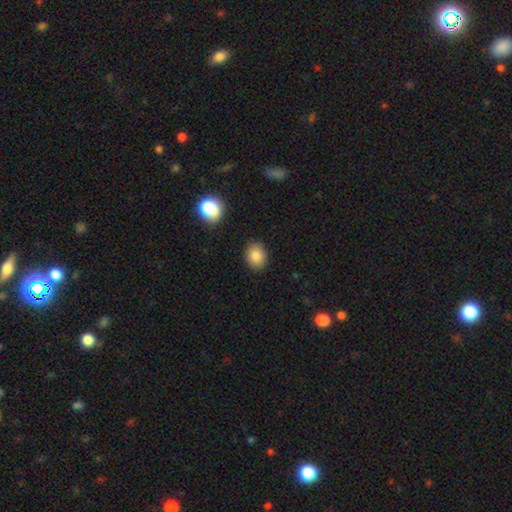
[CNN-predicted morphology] This is clearly a smooth galaxy (84%). How rounded: possibly round (50%). Merging: clearly none (88%).